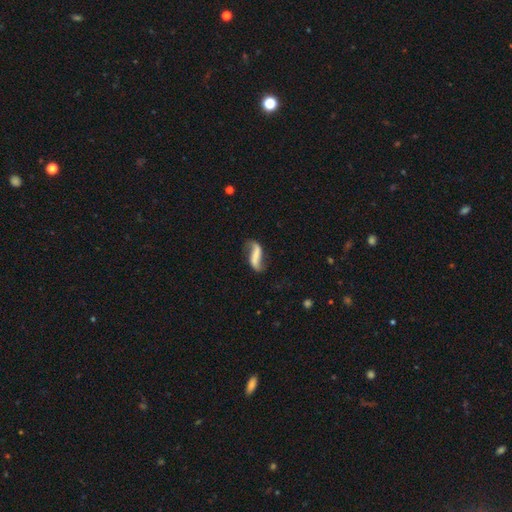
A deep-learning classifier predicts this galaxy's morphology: A featured or disk galaxy (72%) with a strong bar (44%), 2 (89%) loose (87%) spiral arms (91%) and no central bulge (60%).

Vote fractions:
- Smooth or featured? featured or disk: 72% / smooth: 20% / star or artifact: 8%
- Edge-on disk? no: 94% / yes: 6%
- Bar? strong: 44% / no: 28% / weak: 27%
- Spiral arms? yes: 91% / no: 9%
- Spiral winding? loose: 87% / medium: 10% / tight: 3%
- Spiral arm count? 2: 89% / 1: 6% / can't tell: 2% / 3: 1% / 4: 1% / more than 4: 1%
- Bulge size? none: 60% / small: 23% / moderate: 11% / large: 5% / dominant: 2%
- Merging? none: 62% / minor disturbance: 20% / major disturbance: 13% / merger: 4%